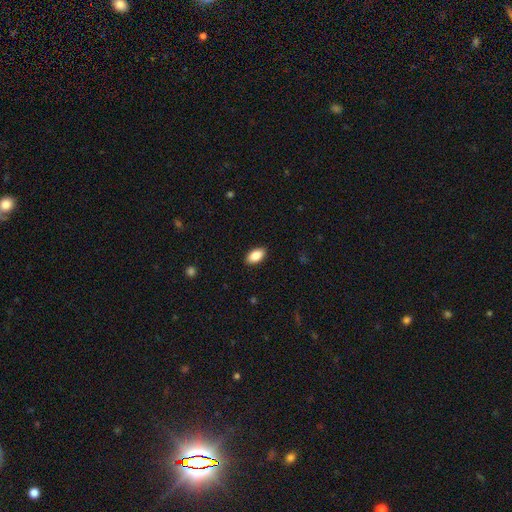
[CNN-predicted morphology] smooth 86%, featured or disk 7%, star or artifact 7%. Down the decision tree: how rounded — in between (93%); merging — none (90%).